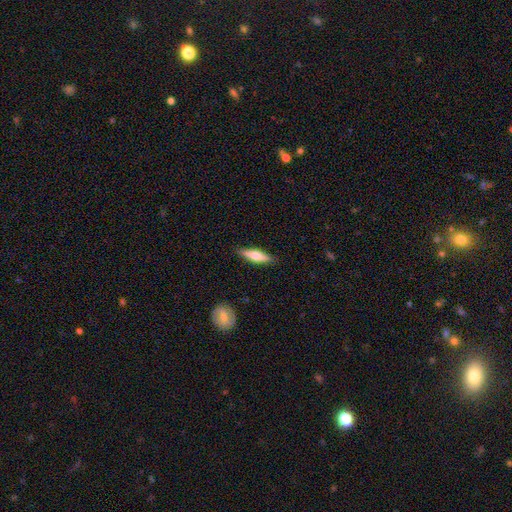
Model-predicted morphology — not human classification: This is possibly a smooth galaxy (54%). How rounded: likely cigar-shaped (63%). Merging: clearly none (87%).